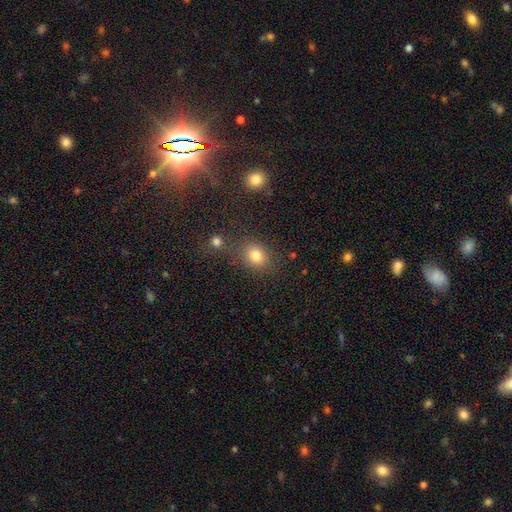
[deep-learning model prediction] This is likely a smooth galaxy (80%). How rounded: possibly round (57%). Merging: likely none (73%).